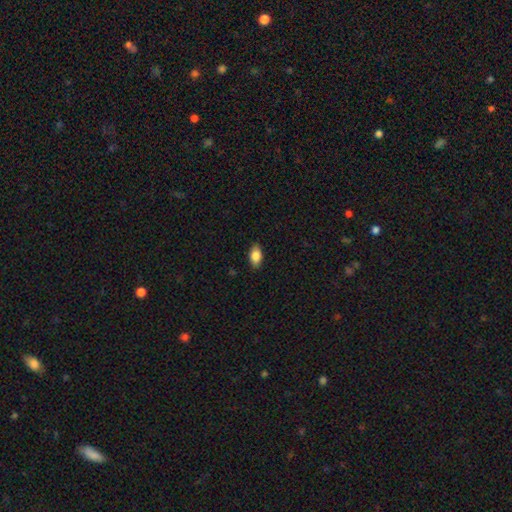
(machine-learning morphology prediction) This is clearly a smooth galaxy (85%). How rounded: clearly in between (91%). Merging: clearly none (88%).